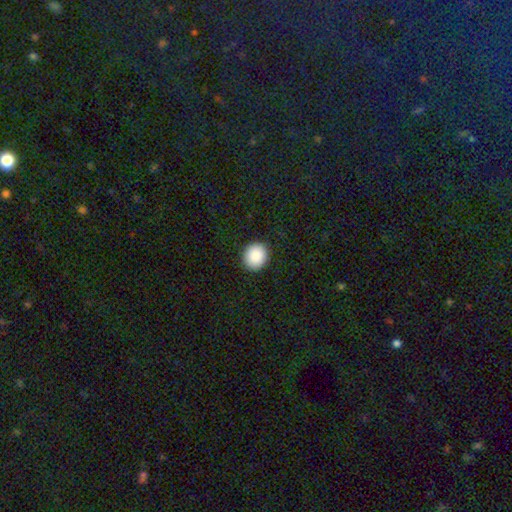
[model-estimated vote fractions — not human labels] Overall: smooth (90%). How rounded: round (78%). Merging: none (91%).